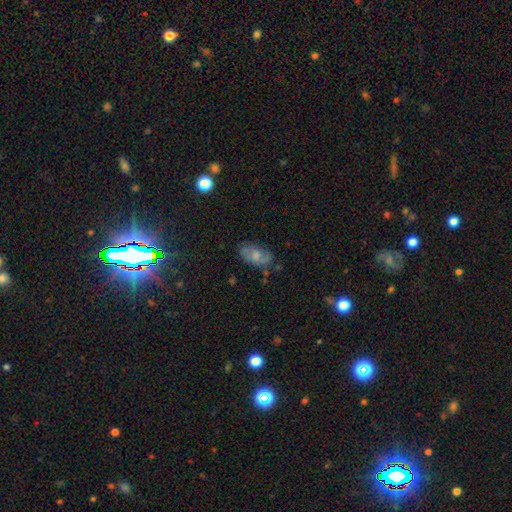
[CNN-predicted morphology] The model was most divided on "smooth or featured": smooth: 50%, featured or disk: 40%, star or artifact: 9%. More confident: how rounded — in between (91%); merging — none (68%).